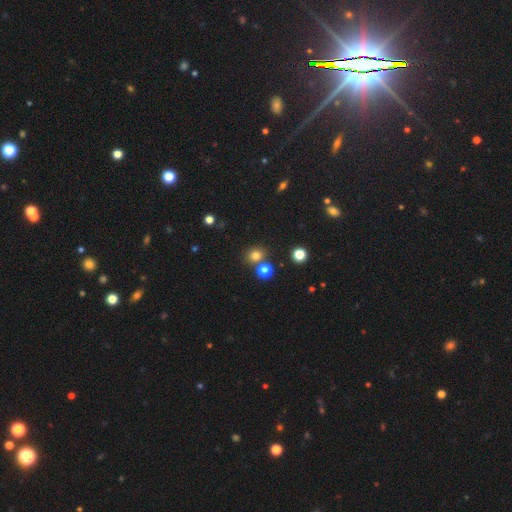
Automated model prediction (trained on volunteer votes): smooth_or_featured: smooth (p=0.77) [alt: star or artifact p=0.17]
how_rounded: round (p=0.78) [alt: in between p=0.21]
merging: none (p=0.72) [alt: merger p=0.17]